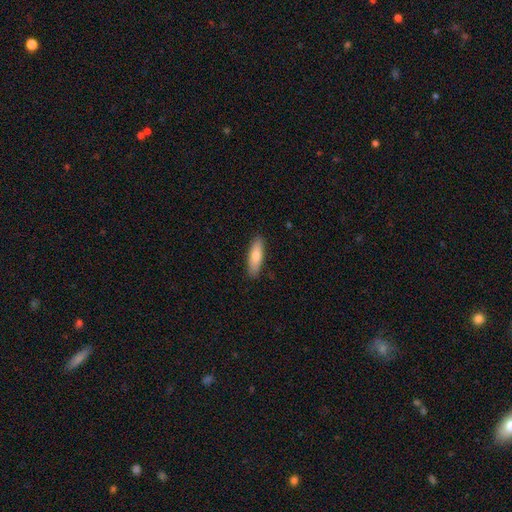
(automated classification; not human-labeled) The model was most divided on "how rounded": cigar-shaped: 50%, in between: 48%, round: 2%. More confident: merging — none (89%); smooth or featured — smooth (77%).